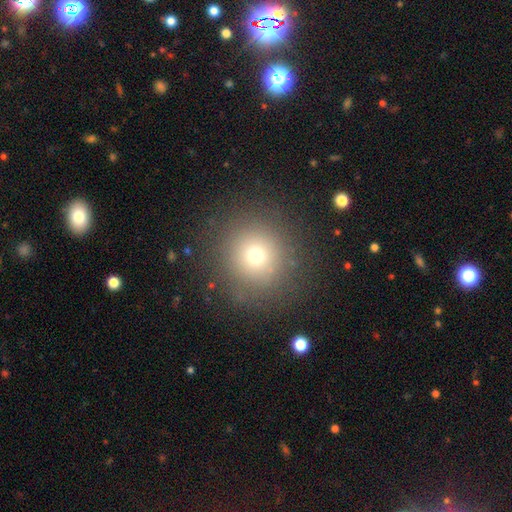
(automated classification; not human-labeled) Smooth or featured?
  - smooth: 70% *
  - star or artifact: 18%
  - featured or disk: 11%
How rounded?
  - round: 94% *
  - in between: 5%
  - cigar-shaped: 1%
Merging?
  - none: 87% *
  - minor disturbance: 7%
  - major disturbance: 4%
  - merger: 1%